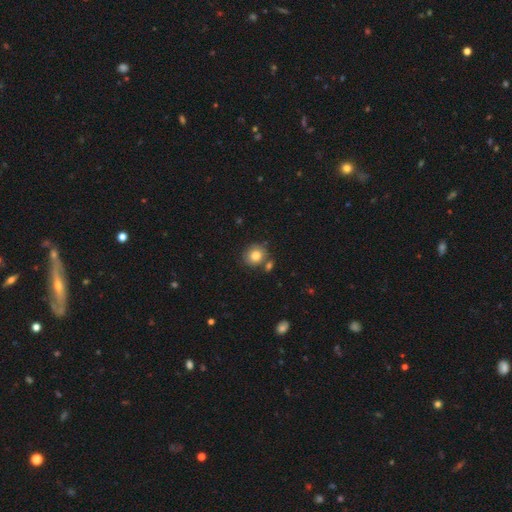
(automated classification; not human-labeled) Smooth or featured?
  - smooth: 81% *
  - star or artifact: 9%
  - featured or disk: 9%
How rounded?
  - round: 83% *
  - in between: 16%
  - cigar-shaped: 1%
Merging?
  - none: 72% *
  - merger: 14%
  - minor disturbance: 11%
  - major disturbance: 3%